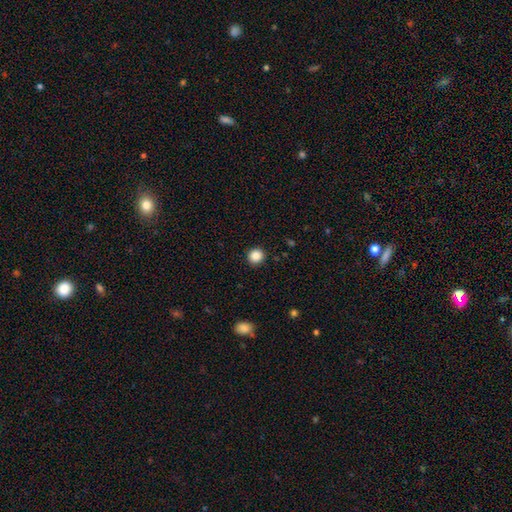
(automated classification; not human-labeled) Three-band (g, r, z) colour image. It shows a smooth galaxy with no disk features (86%) that is round (93%). Merging: none (93%).